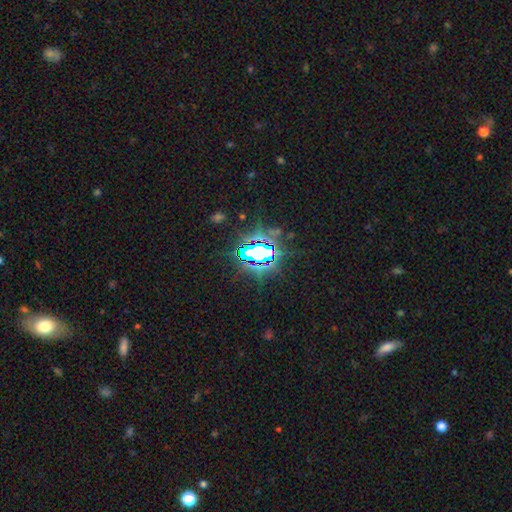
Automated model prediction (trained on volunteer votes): This is clearly a star or artifact rather than a galaxy (82%).